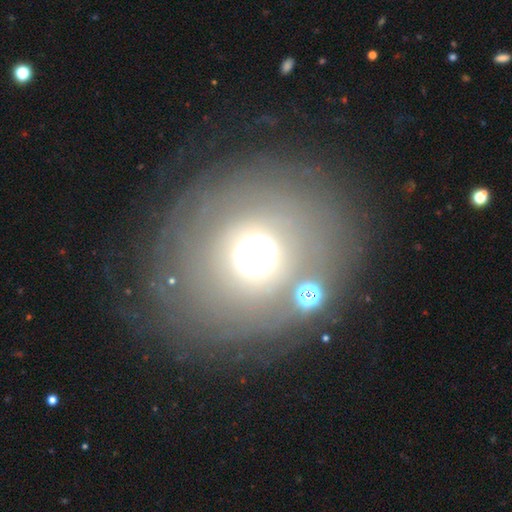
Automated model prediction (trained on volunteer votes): Overall: smooth (55%; star or artifact 23%). How rounded: round (90%). Merging: none (73%).